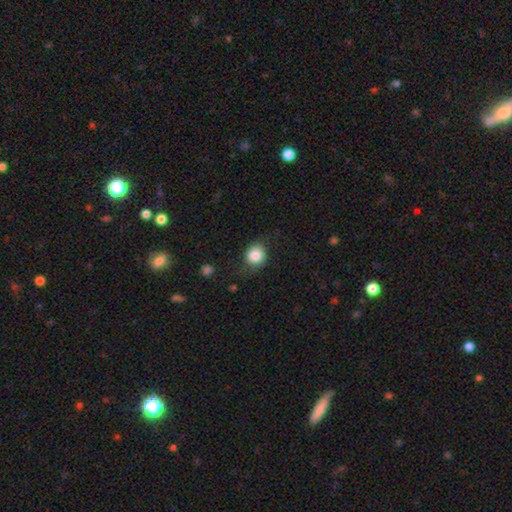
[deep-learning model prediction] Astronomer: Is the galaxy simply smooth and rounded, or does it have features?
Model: smooth — 84%.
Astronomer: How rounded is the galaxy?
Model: round — 73%.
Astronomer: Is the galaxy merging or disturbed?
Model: none — 69%.